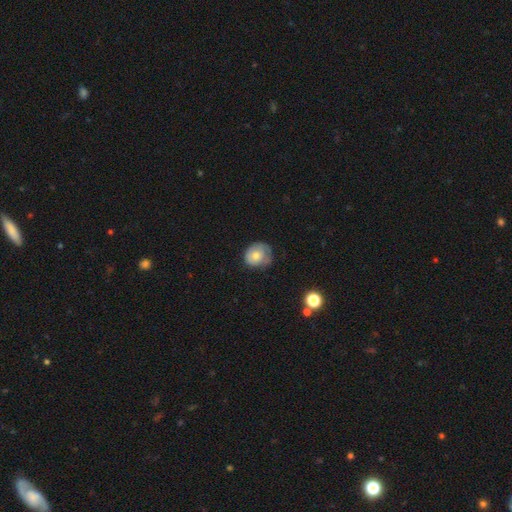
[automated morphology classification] This appears to be a smooth galaxy with no disk features (64%) that is round (73%). Merging: none (54%).